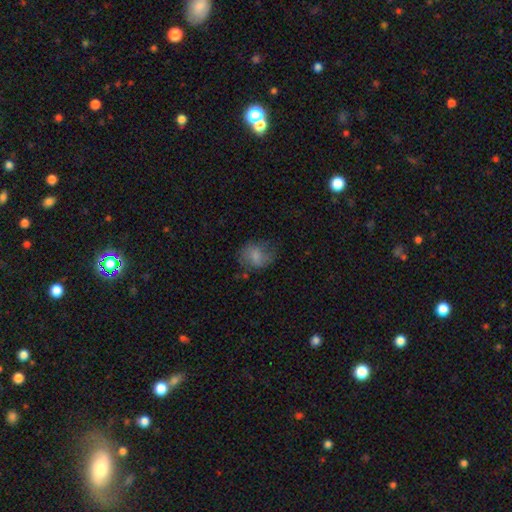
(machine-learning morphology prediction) A smooth galaxy with no disk features (69%) that is in between round and cigar-shaped (51%).

Vote fractions:
- Smooth or featured? smooth: 69% / featured or disk: 22% / star or artifact: 9%
- How rounded? in between: 51% / round: 47% / cigar-shaped: 1%
- Merging? none: 54% / minor disturbance: 27% / major disturbance: 17% / merger: 2%